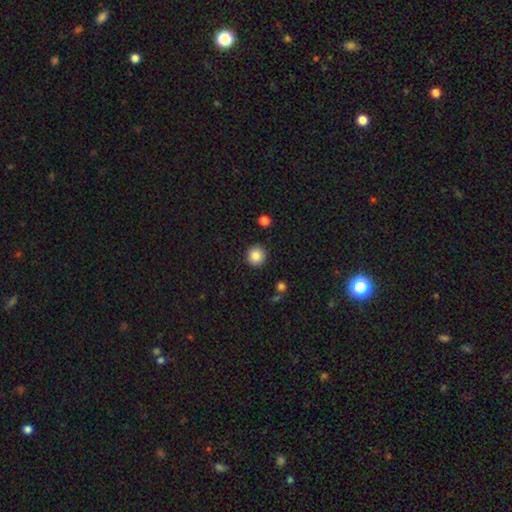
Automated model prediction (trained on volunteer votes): A smooth galaxy with no disk features (87%) that is round (94%). Merging: none (91%).